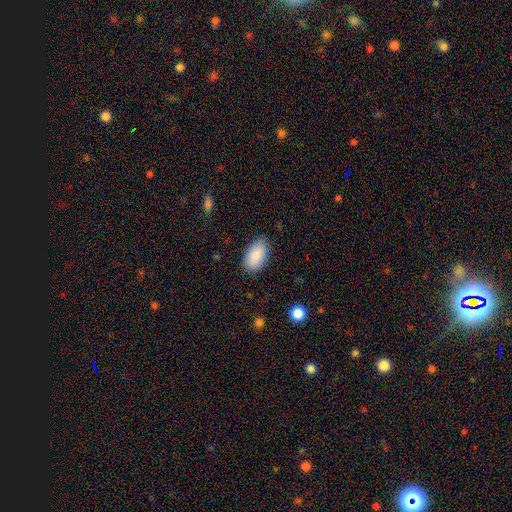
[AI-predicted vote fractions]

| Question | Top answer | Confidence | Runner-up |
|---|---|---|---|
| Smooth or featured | smooth | 90% | star or artifact (6%) |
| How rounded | in between | 95% | round (4%) |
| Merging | none | 82% | minor disturbance (14%) |